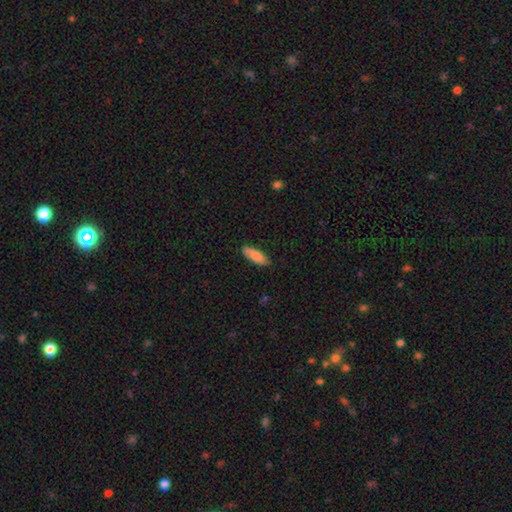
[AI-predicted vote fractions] This is clearly a smooth galaxy (84%). How rounded: likely in between (64%). Merging: likely none (79%).